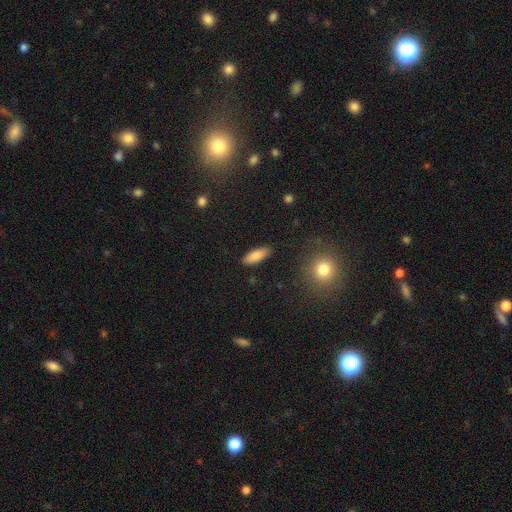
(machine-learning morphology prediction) A smooth galaxy with no disk features (83%) that is in between round and cigar-shaped (72%).

Vote fractions:
- Smooth or featured? smooth: 83% / featured or disk: 10% / star or artifact: 7%
- How rounded? in between: 72% / cigar-shaped: 26% / round: 2%
- Merging? none: 86% / minor disturbance: 10% / major disturbance: 2% / merger: 1%